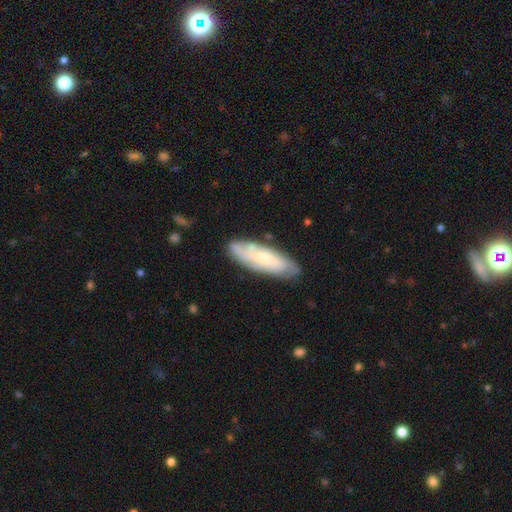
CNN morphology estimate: A featured or disk galaxy (49%). Merging: none (82%).